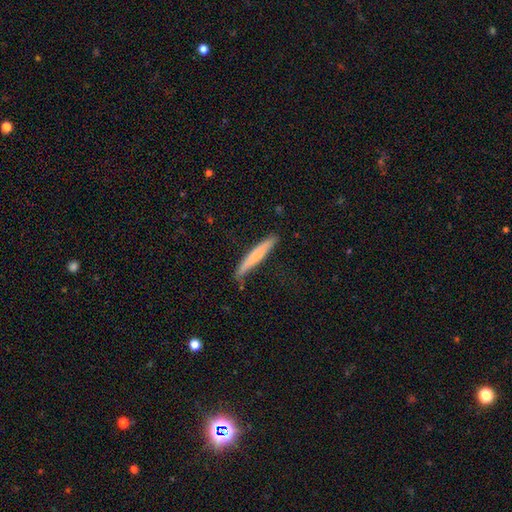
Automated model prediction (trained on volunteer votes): A smooth galaxy with no disk features (66%) that is cigar-shaped (95%). Merging: none (76%).